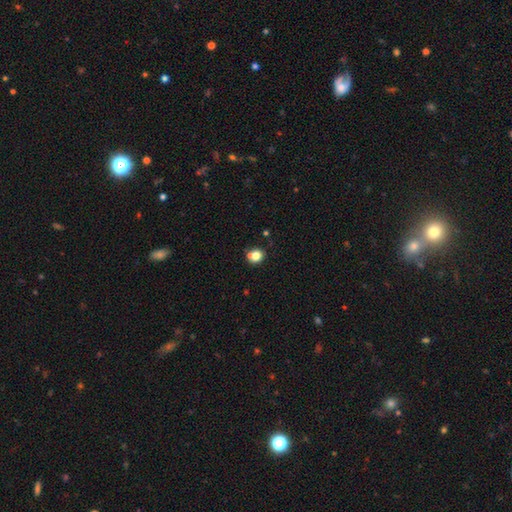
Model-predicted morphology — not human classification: Smooth or featured: smooth — 79% (star or artifact — 12%)
How rounded: round — 78% (in between — 21%)
Merging: none — 65% (minor disturbance — 16%)